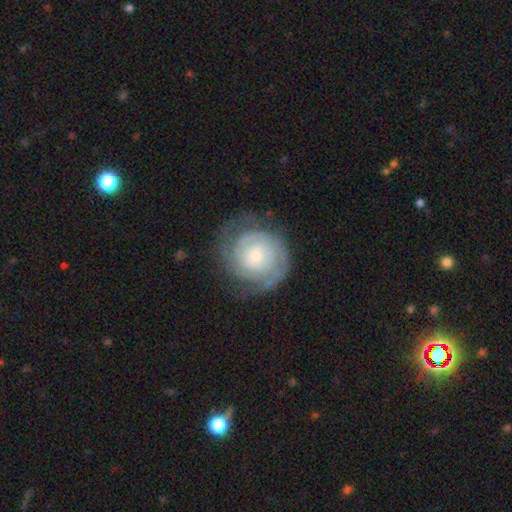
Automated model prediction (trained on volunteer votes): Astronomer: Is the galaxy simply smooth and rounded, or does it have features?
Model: featured or disk — 82%.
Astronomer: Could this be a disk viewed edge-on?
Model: no — 98%.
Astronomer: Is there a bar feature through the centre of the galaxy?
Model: no — 76%.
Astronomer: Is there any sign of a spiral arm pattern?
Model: yes — 95%.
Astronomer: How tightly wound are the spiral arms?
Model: tight — 75%.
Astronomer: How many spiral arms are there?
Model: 2 — 48% (runner-up: can't tell, 24%).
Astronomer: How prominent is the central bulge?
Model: small — 57%.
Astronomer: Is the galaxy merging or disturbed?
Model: none — 74%.